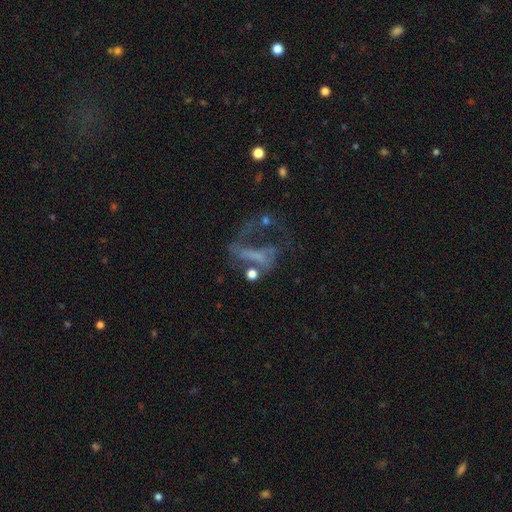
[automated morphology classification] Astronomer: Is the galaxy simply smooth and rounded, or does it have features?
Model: featured or disk — 51%.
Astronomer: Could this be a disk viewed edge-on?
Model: no — 93%.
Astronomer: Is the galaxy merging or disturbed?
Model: major disturbance — 52%.